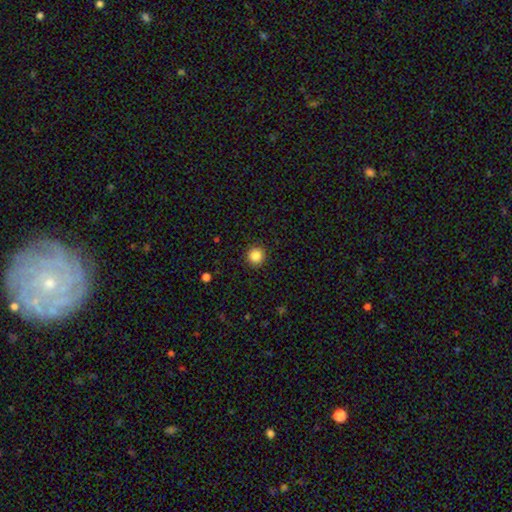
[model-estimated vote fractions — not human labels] Q: Smooth or featured?
A: smooth (85%); runner-up: star or artifact (10%)
Q: How rounded?
A: round (95%); runner-up: in between (4%)
Q: Merging?
A: none (92%); runner-up: minor disturbance (5%)